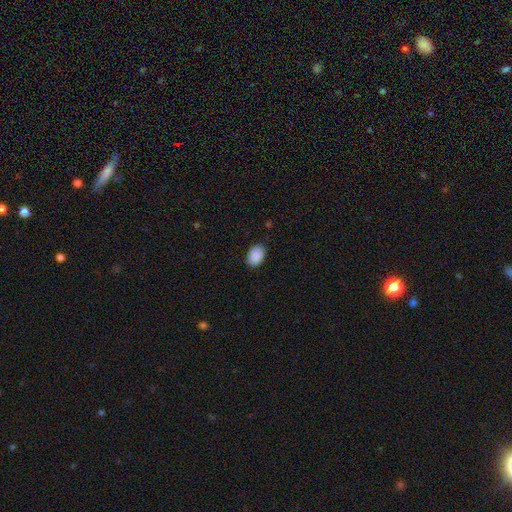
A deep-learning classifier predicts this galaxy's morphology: smooth-or-featured: smooth: 90% | star or artifact: 7% | featured or disk: 3%
  how-rounded: in between: 80% | round: 19% | cigar-shaped: 1%
  merging: none: 84% | minor disturbance: 12% | major disturbance: 2% | merger: 1%